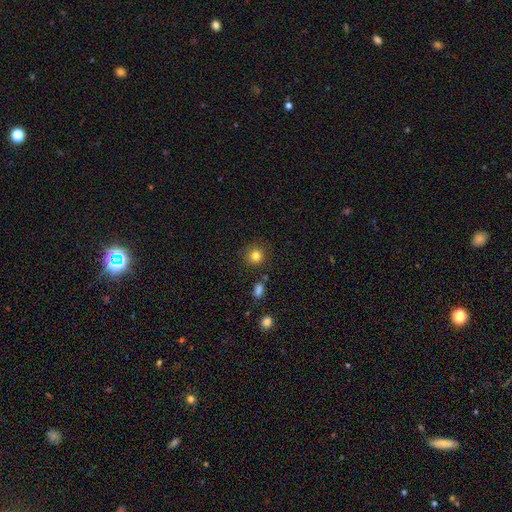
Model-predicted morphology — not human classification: smooth_or_featured: smooth (p=0.82) [alt: star or artifact p=0.12]
how_rounded: round (p=0.90) [alt: in between p=0.09]
merging: none (p=0.85) [alt: minor disturbance p=0.08]